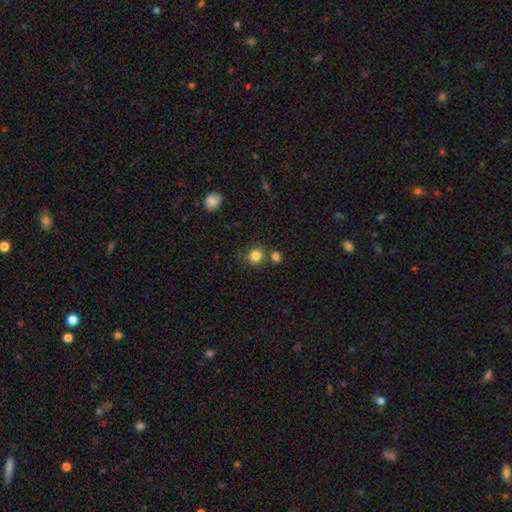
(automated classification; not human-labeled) This is clearly a smooth galaxy (83%). How rounded: clearly round (83%). Merging: likely none (70%).